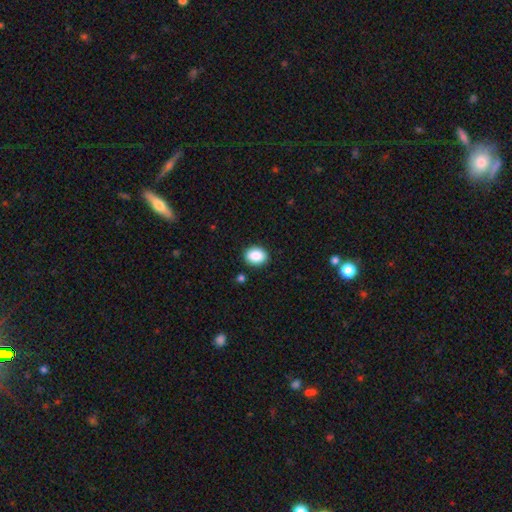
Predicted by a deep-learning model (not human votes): Overall: smooth (89%). How rounded: in between (59%; round 40%). Merging: none (88%).